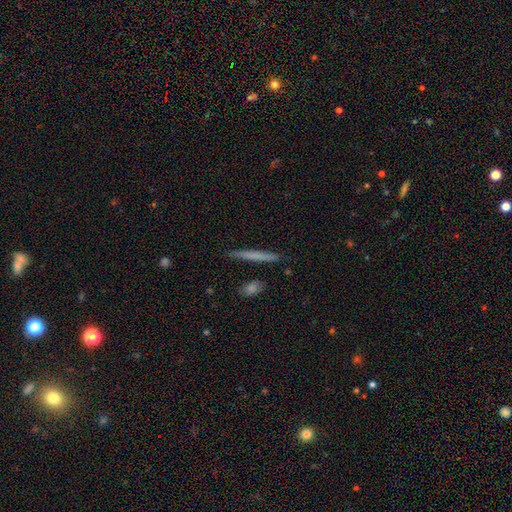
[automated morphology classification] This appears to be a smooth galaxy with no disk features (61%) that is cigar-shaped (96%). Merging: none (89%).